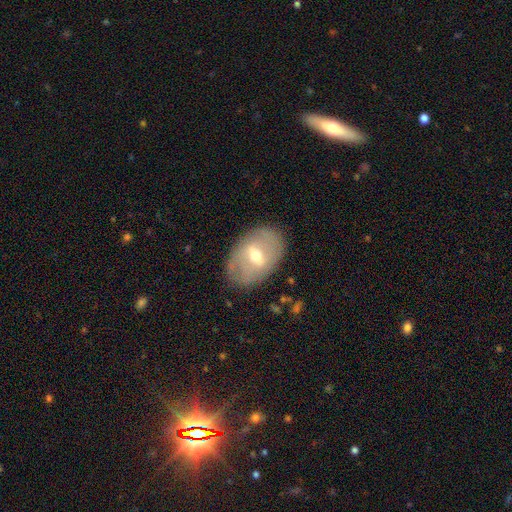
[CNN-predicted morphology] Smooth or featured?
  - featured or disk: 56% *
  - smooth: 37%
  - star or artifact: 7%
Edge-on disk?
  - no: 89% *
  - yes: 11%
Merging?
  - none: 81% *
  - minor disturbance: 13%
  - major disturbance: 5%
  - merger: 1%